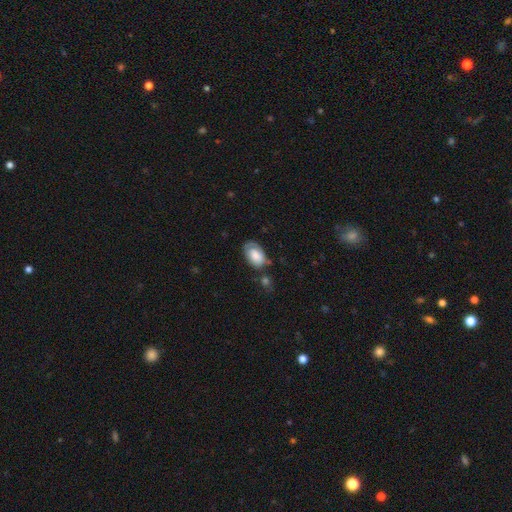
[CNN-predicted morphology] Overall: smooth (69%). How rounded: in between (90%). Merging: none (49%; minor disturbance 31%).